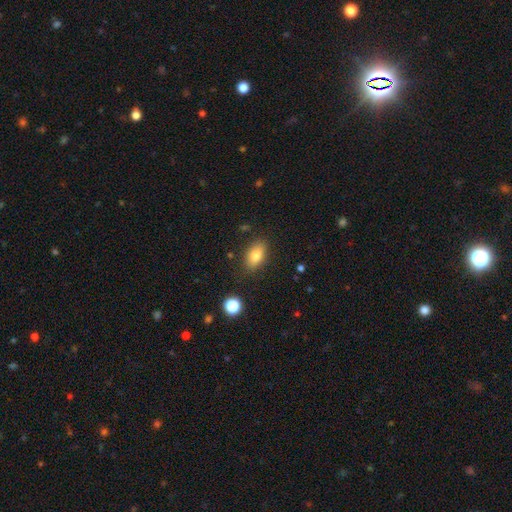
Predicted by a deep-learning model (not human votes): Smooth or featured? Predicted: smooth (p=0.81). How rounded? Predicted: in between (p=0.87). Merging? Predicted: none (p=0.82).